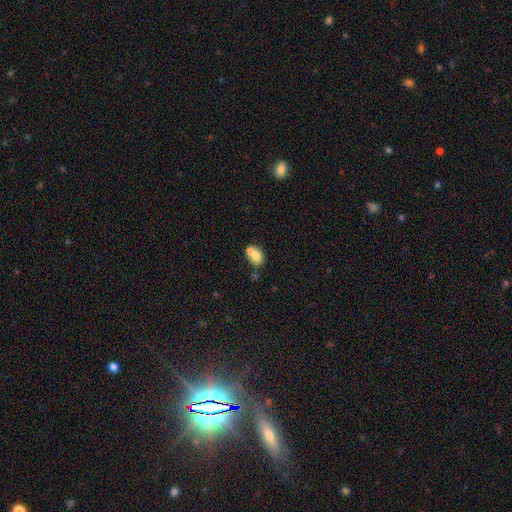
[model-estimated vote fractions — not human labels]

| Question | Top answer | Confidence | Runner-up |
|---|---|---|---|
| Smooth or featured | smooth | 72% | featured or disk (18%) |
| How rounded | in between | 50% | round (49%) |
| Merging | merger | 54% | none (33%) |